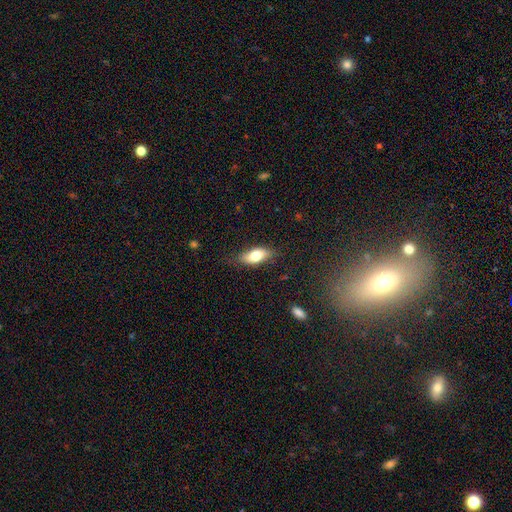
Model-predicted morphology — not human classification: This appears to be a smooth galaxy with no disk features (74%) that is in between round and cigar-shaped (82%). Merging: none (78%).